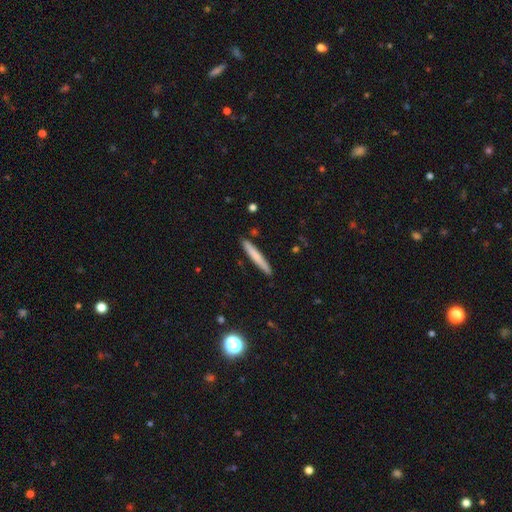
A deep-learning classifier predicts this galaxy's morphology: Smooth or featured? Predicted: smooth (p=0.70). How rounded? Predicted: cigar-shaped (p=0.96). Merging? Predicted: none (p=0.89).